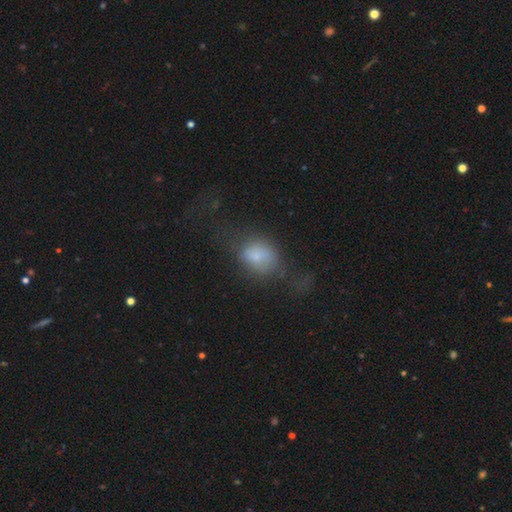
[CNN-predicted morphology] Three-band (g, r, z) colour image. It shows a smooth galaxy with no disk features (65%) that is in between round and cigar-shaped (64%). Merging: major disturbance (40%).